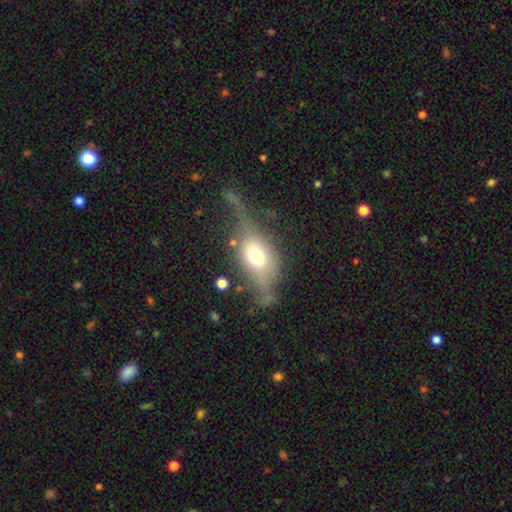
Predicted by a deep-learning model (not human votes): Morphology: type=smooth (54%); roundness=in between (80%); merging=major disturbance (40%).